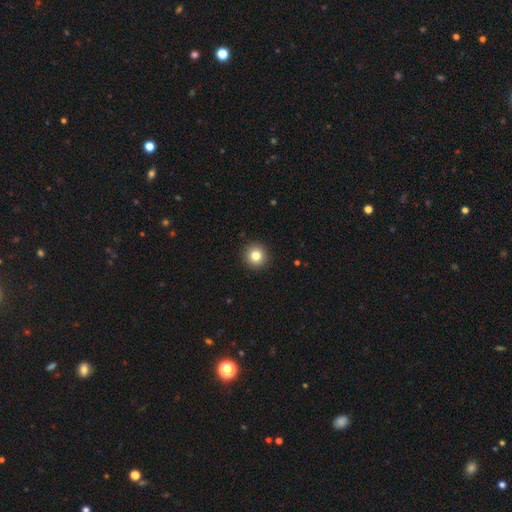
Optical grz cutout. It shows a smooth galaxy with no disk features (78%) that is round (100%). Merging: none (94%).